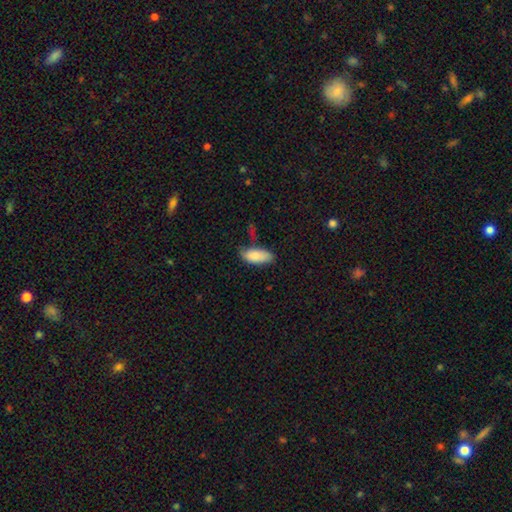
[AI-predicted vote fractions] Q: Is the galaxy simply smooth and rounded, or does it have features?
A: smooth — 86%.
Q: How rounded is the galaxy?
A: in between — 87%.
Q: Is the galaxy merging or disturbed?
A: none — 55%.